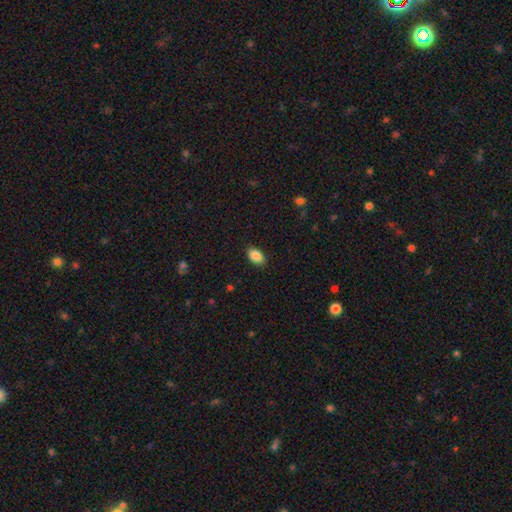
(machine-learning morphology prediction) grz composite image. It shows a smooth galaxy with no disk features (88%) that is in between round and cigar-shaped (89%). Merging: none (88%).